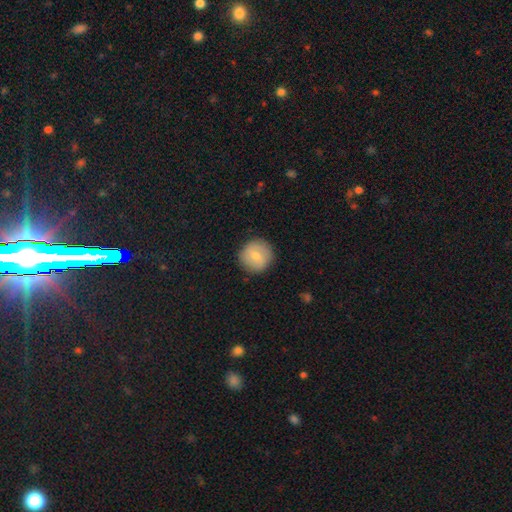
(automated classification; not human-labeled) smooth_or_featured: smooth (p=0.70) [alt: featured or disk p=0.24]
how_rounded: round (p=0.94) [alt: in between p=0.05]
merging: none (p=0.89) [alt: minor disturbance p=0.08]